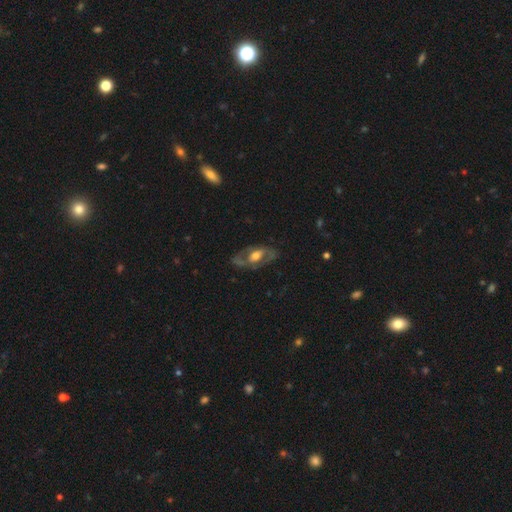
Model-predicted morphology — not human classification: Smooth or featured: featured or disk — 72% (smooth — 23%)
Edge-on disk: no — 88% (yes — 12%)
Bar: no — 47% (weak — 35%)
Spiral arms: yes — 63% (no — 37%)
Bulge size: moderate — 56% (large — 30%)
Merging: none — 71% (minor disturbance — 17%)